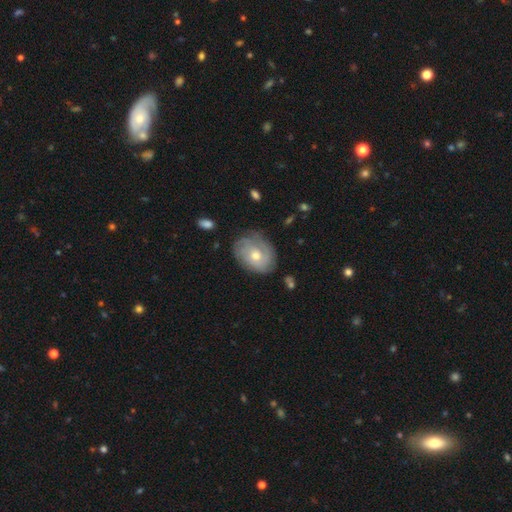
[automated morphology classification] Smooth or featured? featured or disk (59%)
Edge-on disk? no (95%)
Bar? no (82%)
Spiral arms? yes (77%)
Bulge size? moderate (66%)
Merging? none (70%)